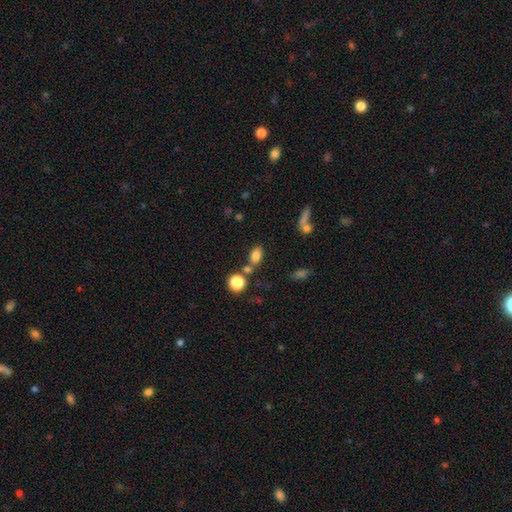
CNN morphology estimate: smooth_or_featured: smooth (p=0.80) [alt: star or artifact p=0.12]
how_rounded: in between (p=0.81) [alt: round p=0.16]
merging: none (p=0.64) [alt: merger p=0.20]